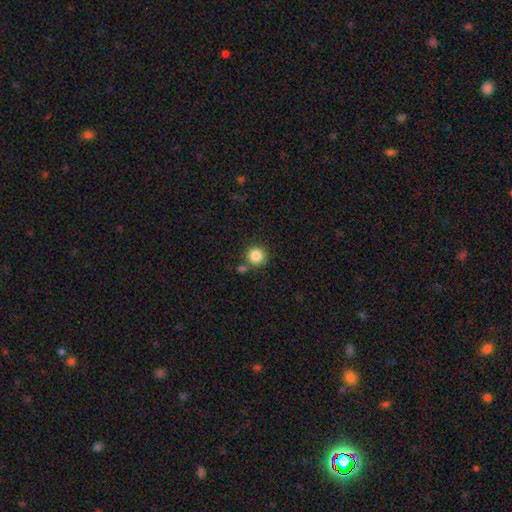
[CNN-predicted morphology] Smooth or featured: smooth — 86% (star or artifact — 10%)
How rounded: round — 93% (in between — 6%)
Merging: none — 75% (minor disturbance — 11%)